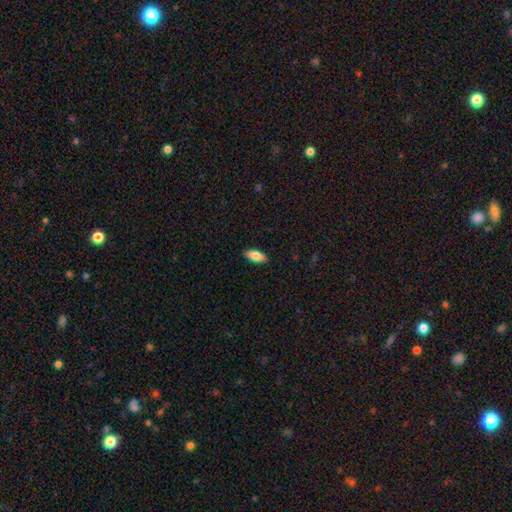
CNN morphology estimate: type=smooth (83%); roundness=in between (87%); merging=none (89%).